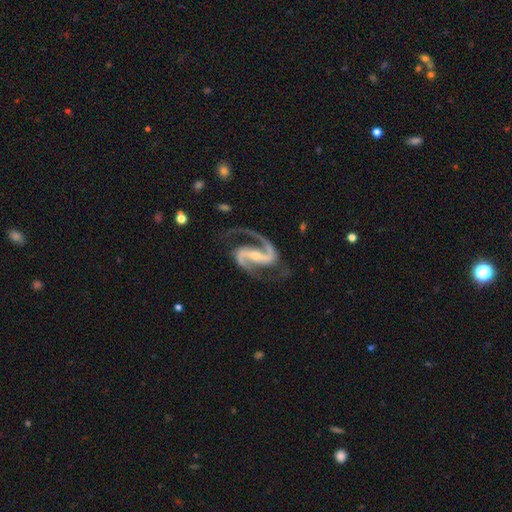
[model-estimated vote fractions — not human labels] The model was most divided on "bulge size": small: 63%, moderate: 33%, none: 2%, large: 2%, dominant: 1%. More confident: spiral arms — yes (99%); edge-on disk — no (98%); spiral arm count — 2 (94%); smooth or featured — featured or disk (94%); merging — none (76%); spiral winding — medium (63%); bar — strong (63%).